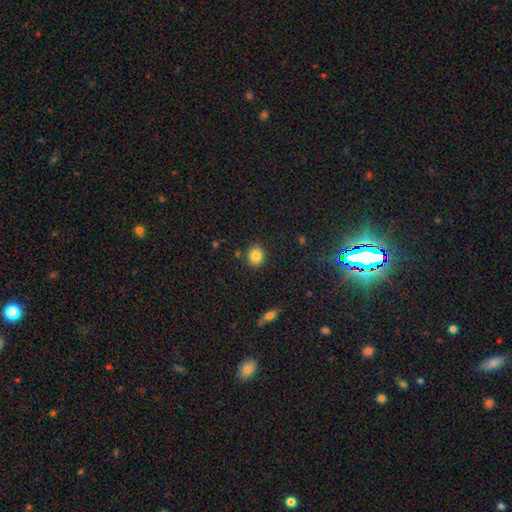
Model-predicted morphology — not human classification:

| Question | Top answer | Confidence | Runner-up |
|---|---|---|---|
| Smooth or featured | smooth | 84% | star or artifact (10%) |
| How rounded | round | 74% | in between (25%) |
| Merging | none | 86% | minor disturbance (9%) |